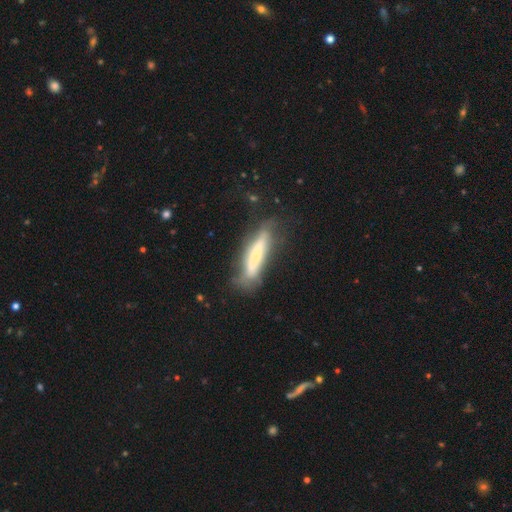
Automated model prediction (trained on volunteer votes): Smooth or featured? smooth (49%)
Merging? none (62%)